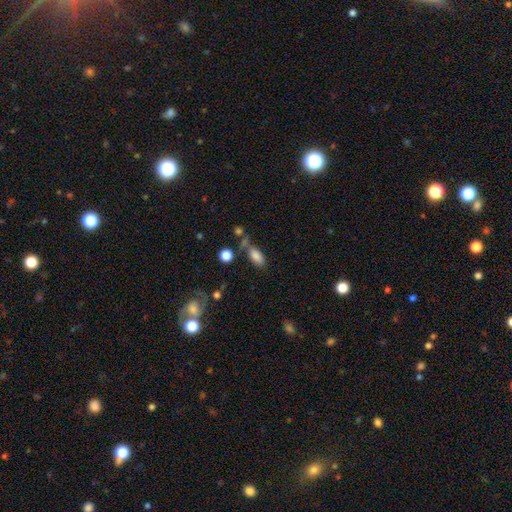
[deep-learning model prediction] This is clearly a smooth galaxy (83%). How rounded: clearly in between (86%). Merging: possibly none (53%).